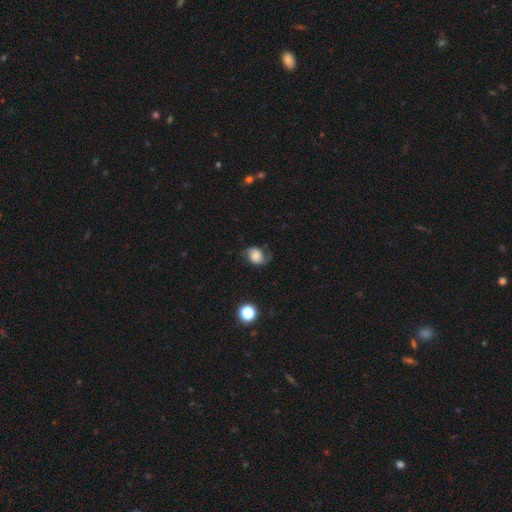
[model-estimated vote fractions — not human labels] Smooth or featured? Predicted: smooth (p=0.49). Merging? Predicted: none (p=0.53).